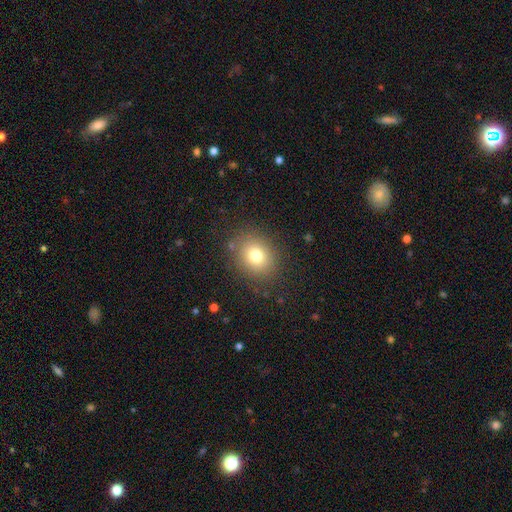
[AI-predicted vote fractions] Q: Smooth or featured?
A: smooth (77%); runner-up: star or artifact (13%)
Q: How rounded?
A: round (67%); runner-up: in between (32%)
Q: Merging?
A: none (85%); runner-up: minor disturbance (10%)